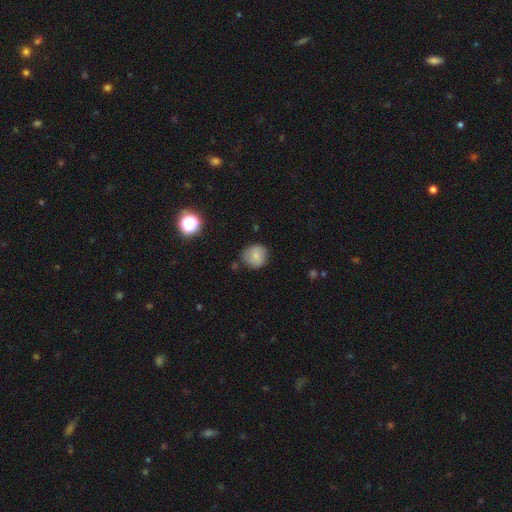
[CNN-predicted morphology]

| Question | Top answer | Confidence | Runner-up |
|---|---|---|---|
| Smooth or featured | smooth | 73% | featured or disk (18%) |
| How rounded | round | 88% | in between (11%) |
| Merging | none | 77% | minor disturbance (17%) |